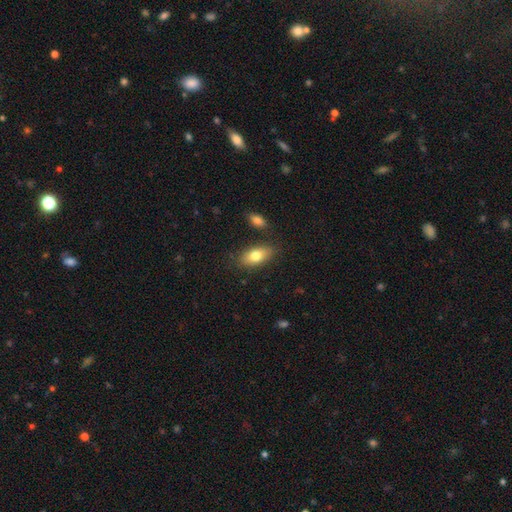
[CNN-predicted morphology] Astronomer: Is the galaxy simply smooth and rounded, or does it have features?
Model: smooth — 78%.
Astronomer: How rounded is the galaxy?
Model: in between — 89%.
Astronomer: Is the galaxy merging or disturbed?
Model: none — 81%.